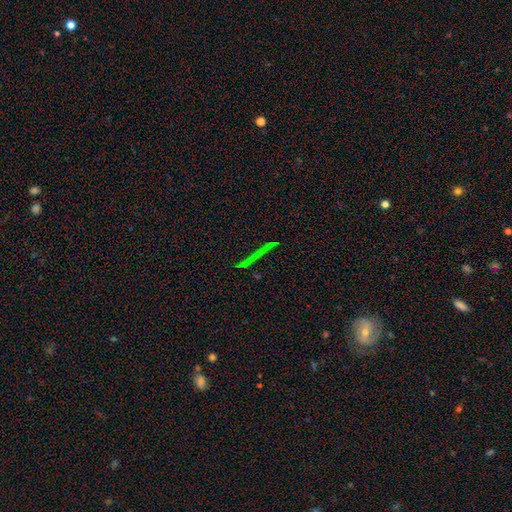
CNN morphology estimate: Smooth or featured?
  - star or artifact: 45% *
  - featured or disk: 35%
  - smooth: 20%